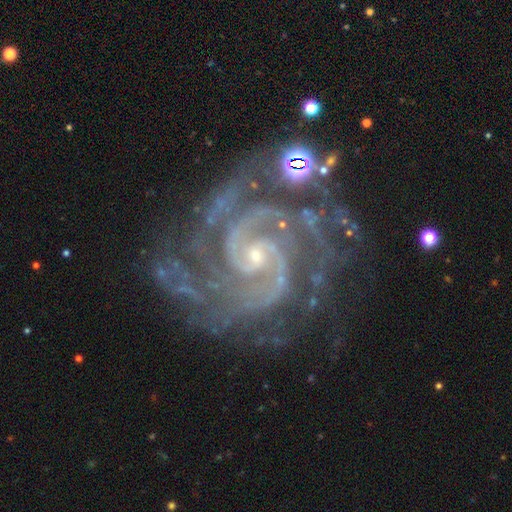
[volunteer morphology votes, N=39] This is clearly a featured or disk galaxy (85%). It is clearly not viewed edge-on (100%). Bar: likely no (76%). Spiral arm pattern: clearly yes (100%). Spiral arm count: possibly 2 (48%). Spiral winding: likely tight (61%). Central bulge: clearly small (91%). Merging: likely none (65%).